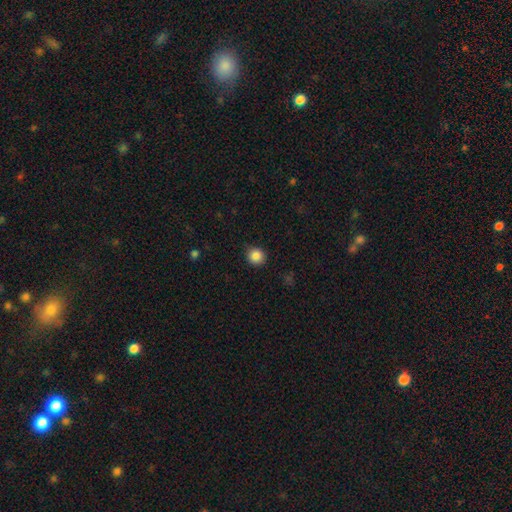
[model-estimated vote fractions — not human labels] Smooth or featured? smooth (86%)
How rounded? round (92%)
Merging? none (88%)